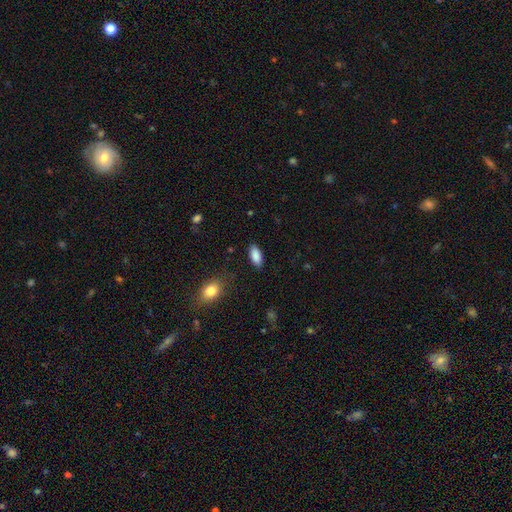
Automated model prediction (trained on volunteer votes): This appears to be a smooth galaxy with no disk features (88%) that is in between round and cigar-shaped (89%). Merging: none (86%).